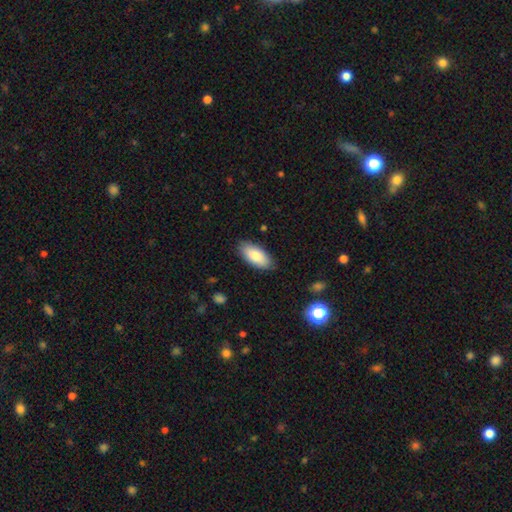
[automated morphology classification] This appears to be a smooth galaxy with no disk features (82%) that is in between round and cigar-shaped (90%). Merging: none (85%).